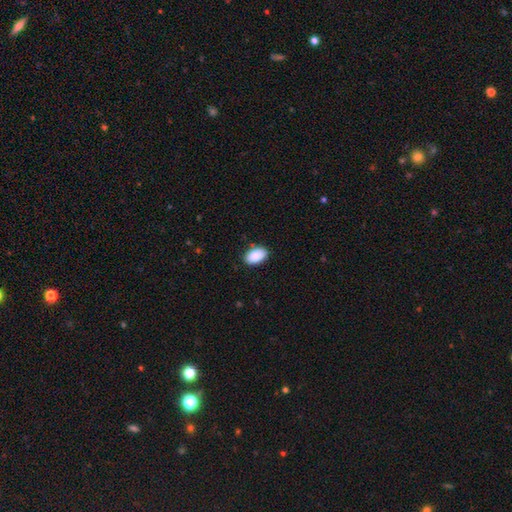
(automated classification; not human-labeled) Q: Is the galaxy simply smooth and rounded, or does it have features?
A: smooth — 91%.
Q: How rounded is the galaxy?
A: in between — 93%.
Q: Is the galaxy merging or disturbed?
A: none — 86%.